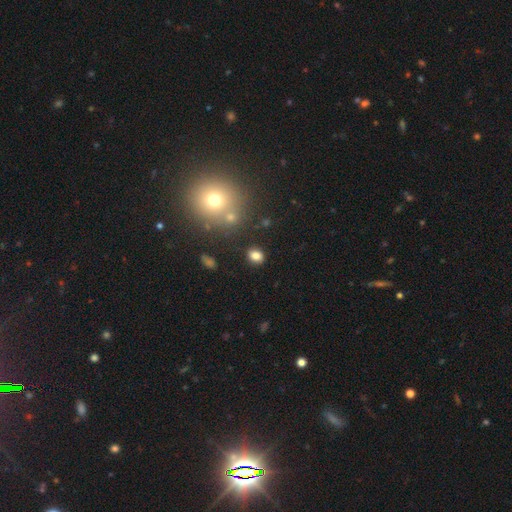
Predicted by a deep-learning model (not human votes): smooth 81%, star or artifact 12%, featured or disk 7%. Down the decision tree: how rounded — round (51%); merging — none (84%).